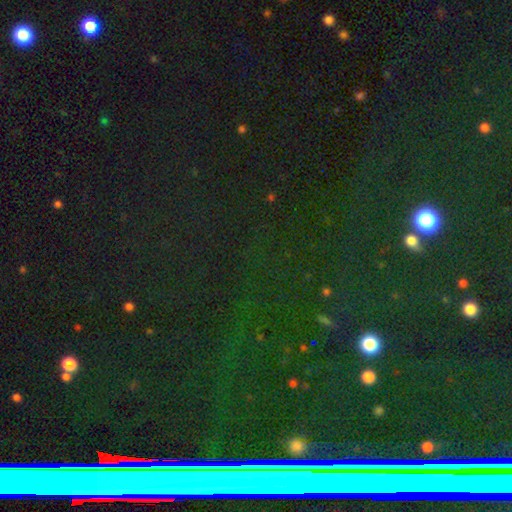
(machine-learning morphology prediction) Smooth or featured? star or artifact (82%)